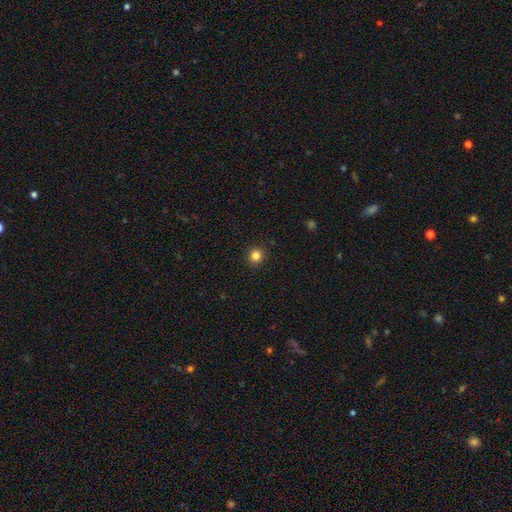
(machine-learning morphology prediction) Smooth or featured: smooth — 83% (star or artifact — 13%)
How rounded: round — 92% (in between — 7%)
Merging: none — 92% (minor disturbance — 5%)